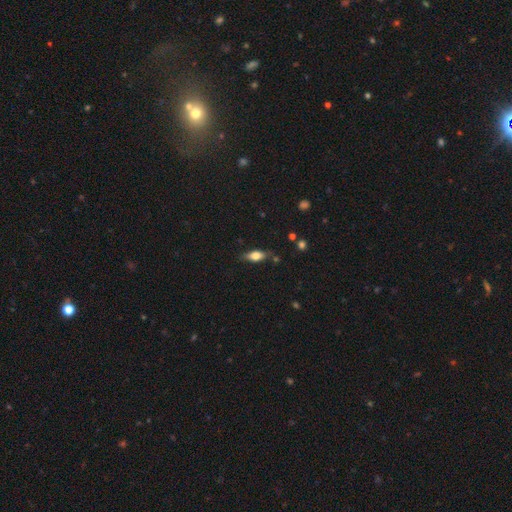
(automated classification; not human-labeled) smooth_or_featured: smooth (p=0.64) [alt: featured or disk p=0.28]
how_rounded: in between (p=0.76) [alt: cigar-shaped p=0.20]
merging: none (p=0.76) [alt: minor disturbance p=0.17]